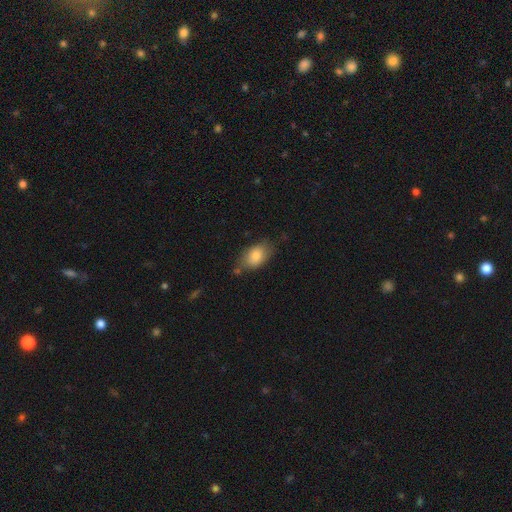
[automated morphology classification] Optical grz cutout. It shows a smooth galaxy with no disk features (81%) that is in between round and cigar-shaped (88%). Merging: none (67%).